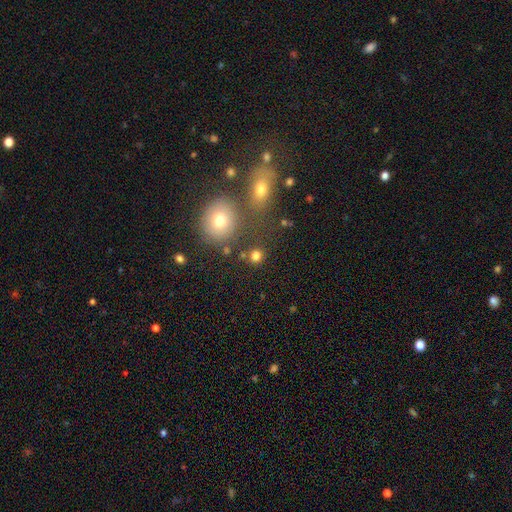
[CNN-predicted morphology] type=smooth (78%); roundness=round (86%); merging=none (78%).